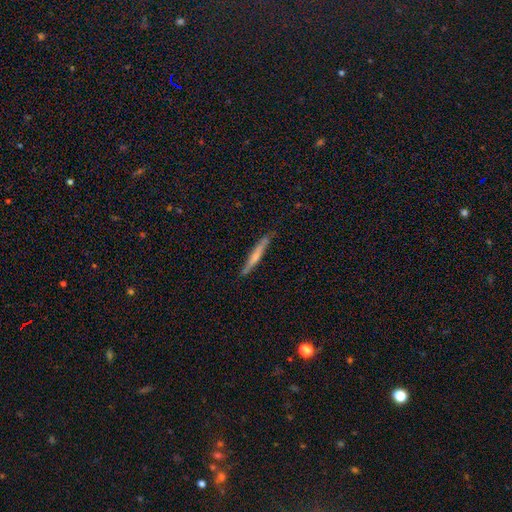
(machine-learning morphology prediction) Smooth or featured? smooth (53%)
How rounded? cigar-shaped (95%)
Merging? none (80%)